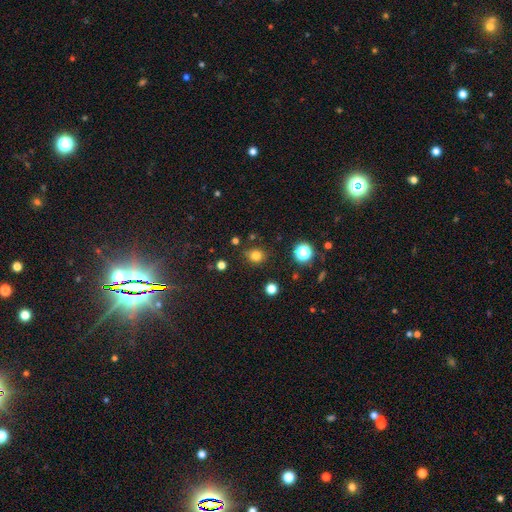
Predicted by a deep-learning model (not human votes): smooth 78%, star or artifact 16%, featured or disk 5%. Down the decision tree: how rounded — round (76%); merging — none (82%).